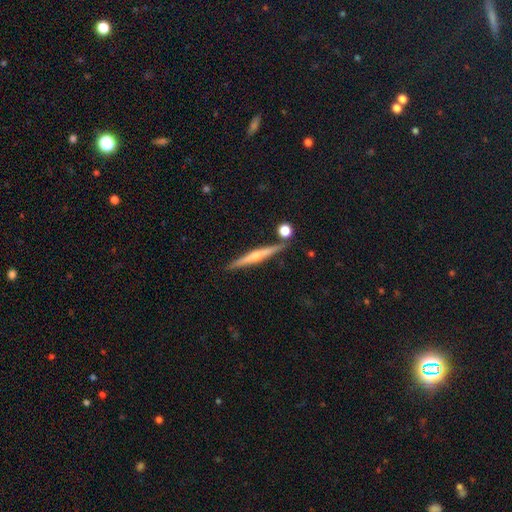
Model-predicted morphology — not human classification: type=featured or disk (71%); edge-on=yes (98%); edge-on bulge=rounded (85%); merging=none (86%).